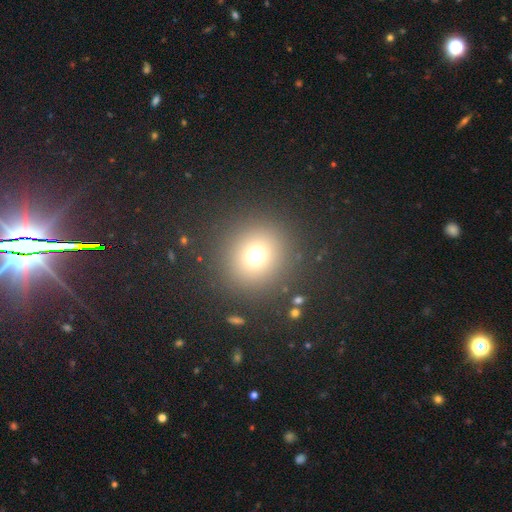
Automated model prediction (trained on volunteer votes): Smooth or featured? smooth (69%)
How rounded? round (92%)
Merging? none (87%)